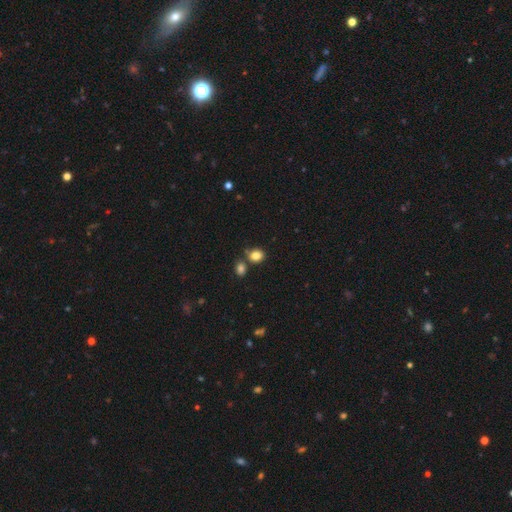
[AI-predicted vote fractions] This is clearly a smooth galaxy (84%). How rounded: possibly round (59%). Merging: likely none (65%).